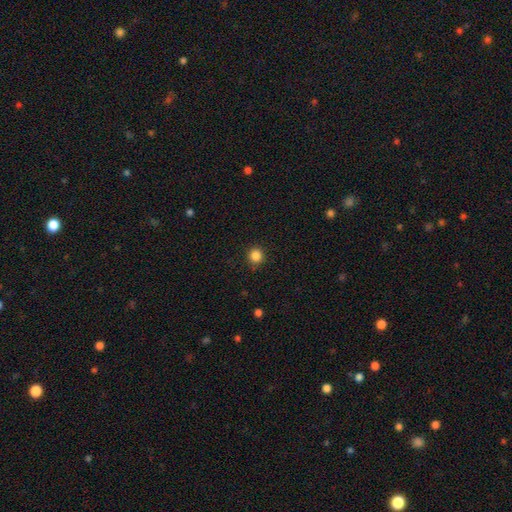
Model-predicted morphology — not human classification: type=smooth (86%); roundness=round (94%); merging=none (91%).